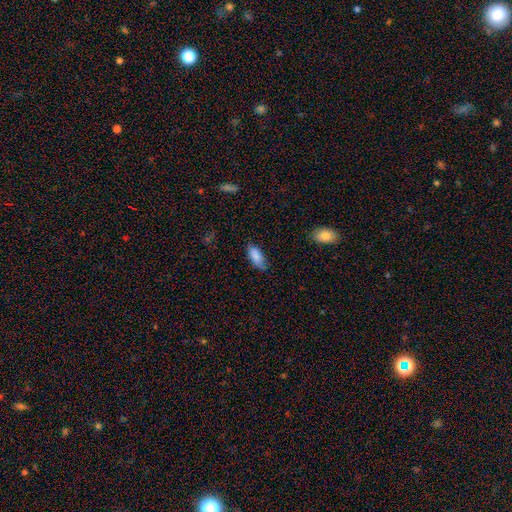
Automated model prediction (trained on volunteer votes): Smooth or featured? smooth (86%)
How rounded? in between (85%)
Merging? none (71%)